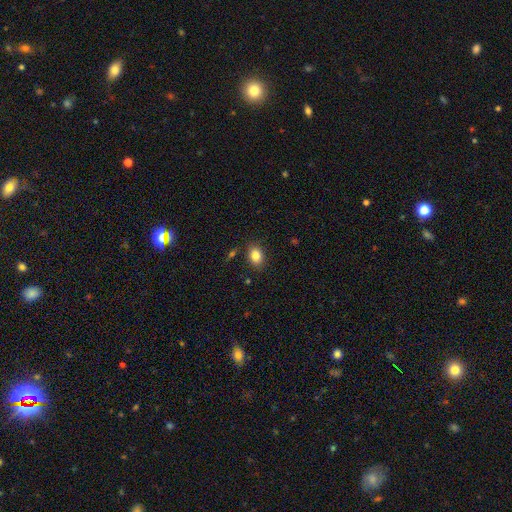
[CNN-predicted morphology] This appears to be a smooth galaxy with no disk features (83%) that is in between round and cigar-shaped (69%). Merging: none (84%).